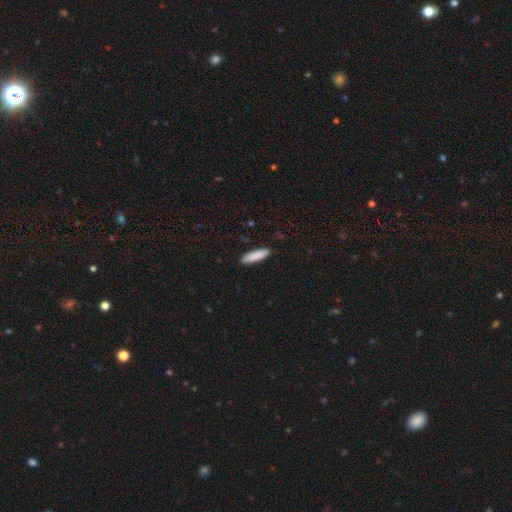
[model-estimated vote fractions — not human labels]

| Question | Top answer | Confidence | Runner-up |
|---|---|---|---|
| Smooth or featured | smooth | 87% | featured or disk (7%) |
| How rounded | cigar-shaped | 70% | in between (29%) |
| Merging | none | 89% | minor disturbance (8%) |